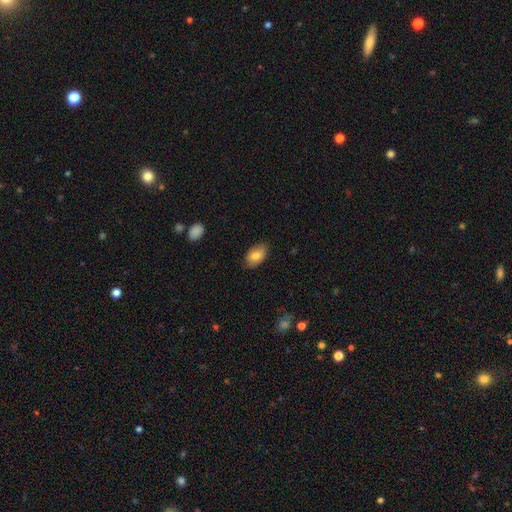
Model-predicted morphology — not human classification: smooth 79%, featured or disk 14%, star or artifact 7%. Down the decision tree: how rounded — in between (91%); merging — none (81%).